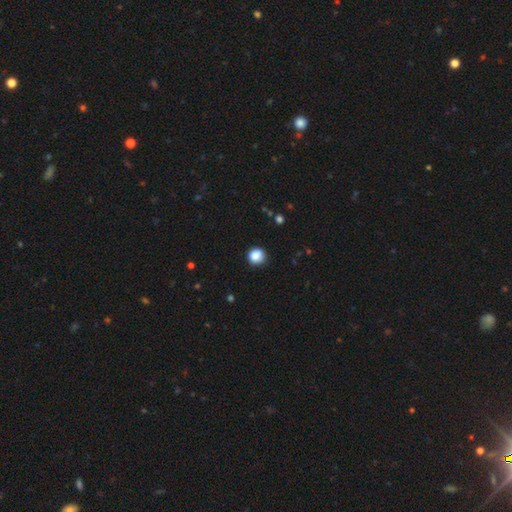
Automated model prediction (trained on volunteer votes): Overall: smooth (87%). How rounded: round (92%). Merging: none (86%).